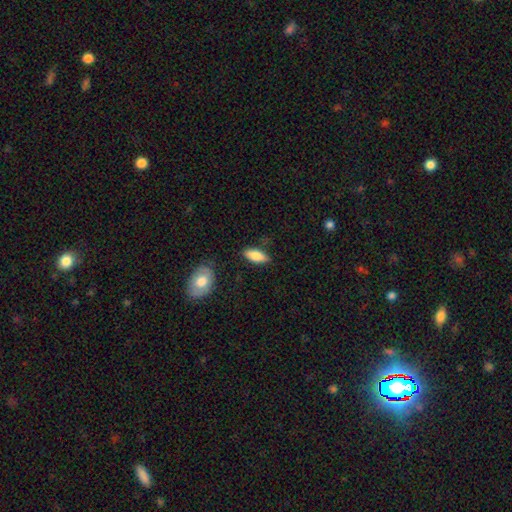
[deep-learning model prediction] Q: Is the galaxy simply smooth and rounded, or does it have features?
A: smooth — 81%.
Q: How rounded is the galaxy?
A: in between — 79%.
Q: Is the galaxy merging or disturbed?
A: none — 79%.